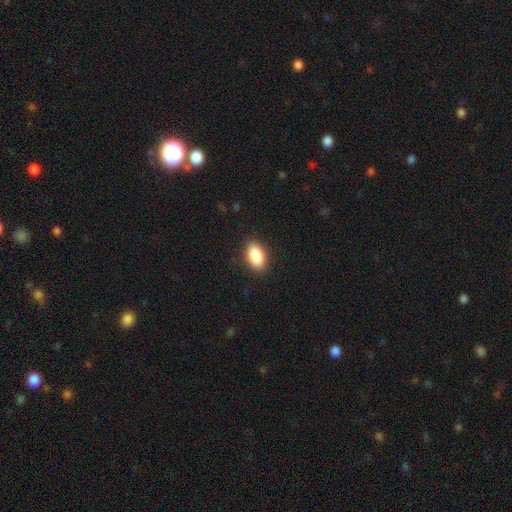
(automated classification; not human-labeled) This is clearly a smooth galaxy (89%). How rounded: clearly in between (92%). Merging: clearly none (89%).